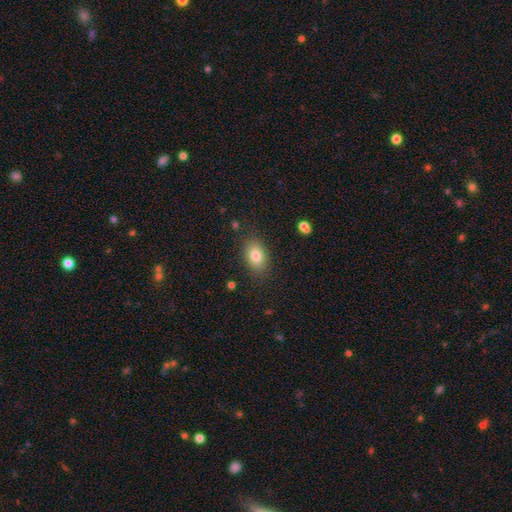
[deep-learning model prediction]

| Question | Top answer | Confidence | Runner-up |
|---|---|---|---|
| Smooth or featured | smooth | 81% | featured or disk (10%) |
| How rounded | in between | 84% | round (14%) |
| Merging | none | 84% | minor disturbance (11%) |